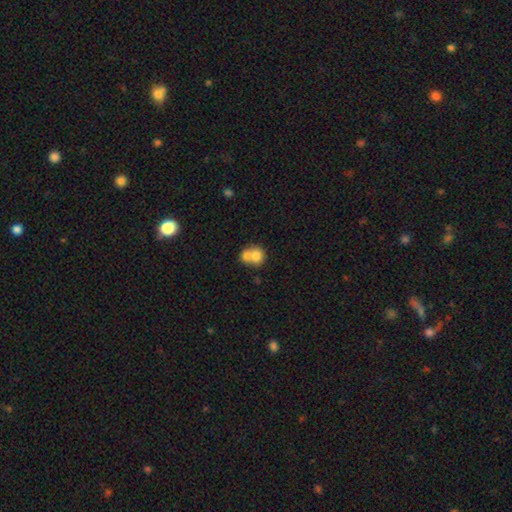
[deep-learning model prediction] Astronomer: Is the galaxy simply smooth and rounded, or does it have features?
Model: smooth — 73%.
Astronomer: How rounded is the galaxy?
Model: round — 76%.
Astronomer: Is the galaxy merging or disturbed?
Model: merger — 65%.